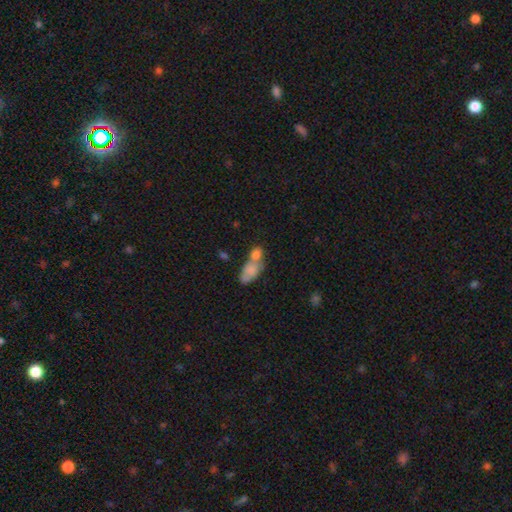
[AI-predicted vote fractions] This appears to be a smooth galaxy with no disk features (75%) that is in between round and cigar-shaped (78%). Merging: merger (58%).